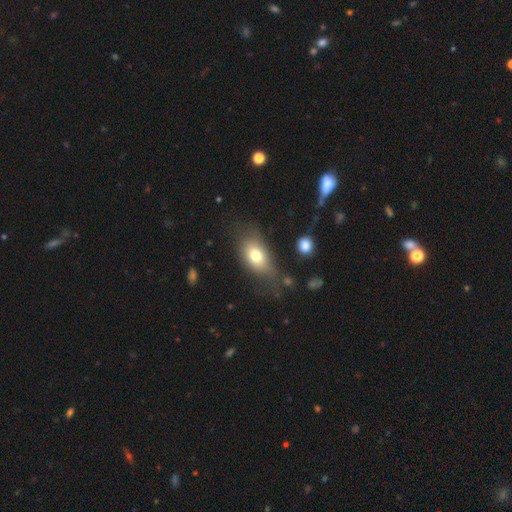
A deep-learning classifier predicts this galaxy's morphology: This is likely a smooth galaxy (74%). How rounded: clearly in between (83%). Merging: possibly none (53%).